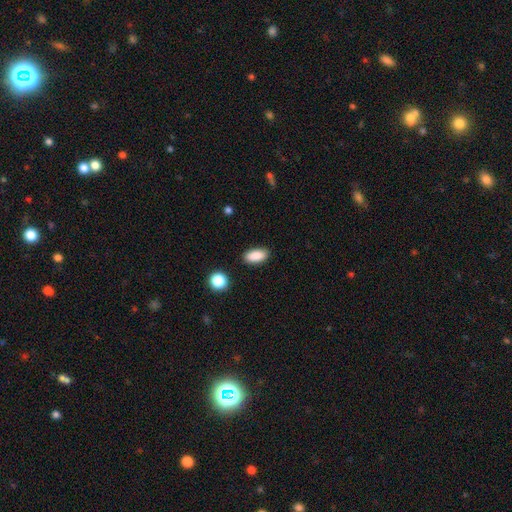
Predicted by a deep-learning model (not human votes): Smooth or featured?
  - smooth: 88% *
  - star or artifact: 8%
  - featured or disk: 4%
How rounded?
  - in between: 88% *
  - cigar-shaped: 9%
  - round: 4%
Merging?
  - none: 87% *
  - minor disturbance: 9%
  - major disturbance: 2%
  - merger: 2%